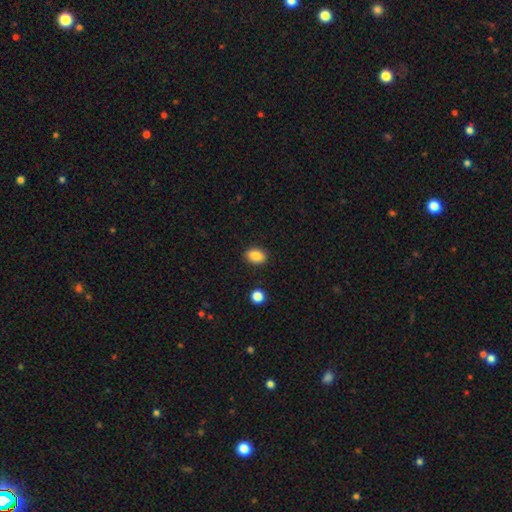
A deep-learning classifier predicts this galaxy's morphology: Smooth or featured?
  - smooth: 87% *
  - star or artifact: 9%
  - featured or disk: 5%
How rounded?
  - in between: 82% *
  - round: 17%
  - cigar-shaped: 1%
Merging?
  - none: 88% *
  - minor disturbance: 8%
  - major disturbance: 2%
  - merger: 2%